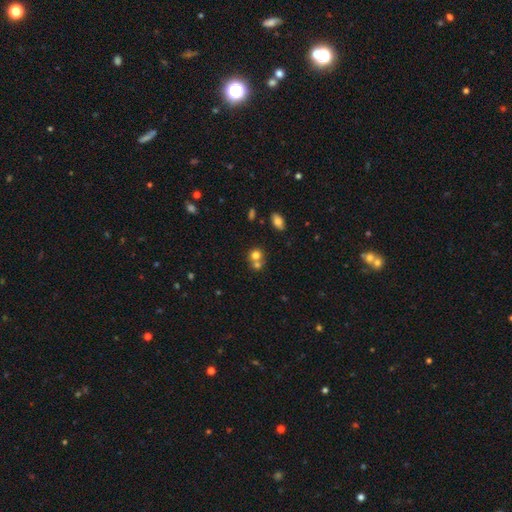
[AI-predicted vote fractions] Q: Smooth or featured?
A: smooth (74%); runner-up: featured or disk (13%)
Q: How rounded?
A: round (81%); runner-up: in between (18%)
Q: Merging?
A: merger (48%); runner-up: none (43%)